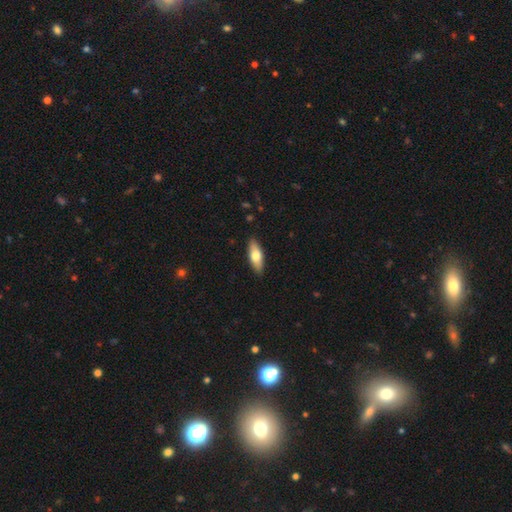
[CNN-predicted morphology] This appears to be a smooth galaxy with no disk features (66%) that is in between round and cigar-shaped (65%). Merging: none (89%).